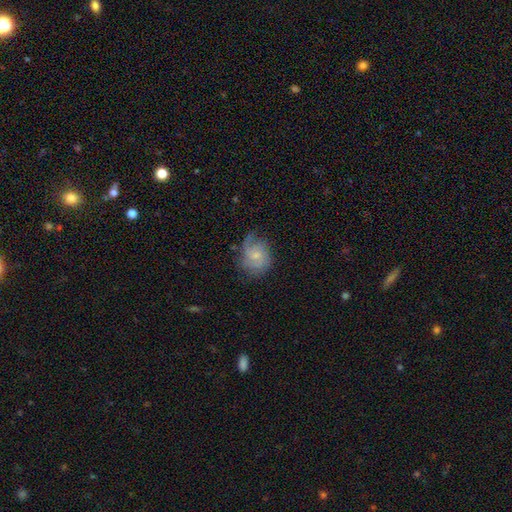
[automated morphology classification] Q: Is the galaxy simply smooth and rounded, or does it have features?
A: featured or disk — 55%.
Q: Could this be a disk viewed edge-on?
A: no — 97%.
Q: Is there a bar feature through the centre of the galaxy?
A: no — 68%.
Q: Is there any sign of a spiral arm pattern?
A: yes — 87%.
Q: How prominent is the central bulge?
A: small — 63%.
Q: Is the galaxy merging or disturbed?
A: none — 55%.